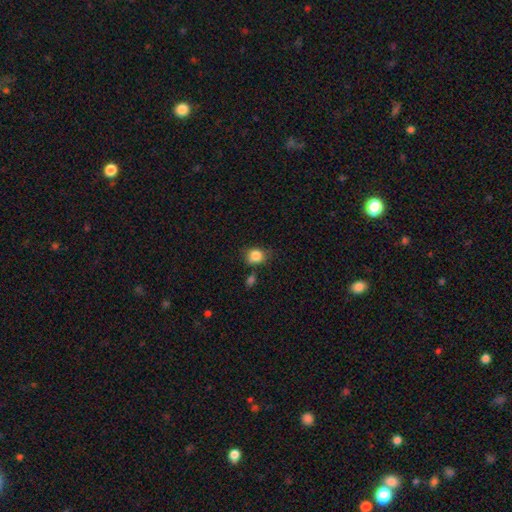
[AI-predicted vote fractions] Q: Smooth or featured?
A: smooth (85%); runner-up: star or artifact (10%)
Q: How rounded?
A: round (67%); runner-up: in between (32%)
Q: Merging?
A: none (67%); runner-up: minor disturbance (21%)